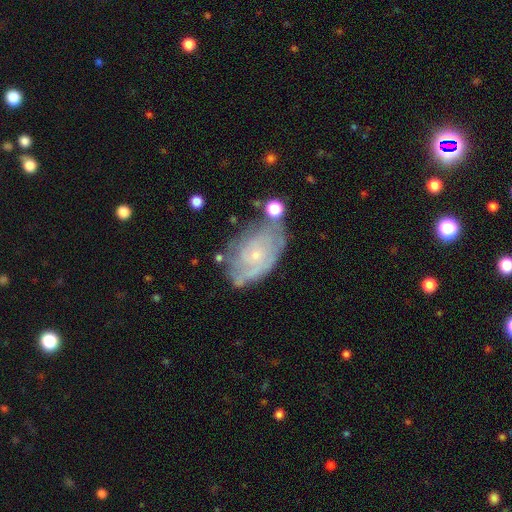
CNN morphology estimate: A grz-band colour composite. It shows a featured or disk galaxy (71%) with no bar (81%), tight (68%) spiral arms (78%) and a small central bulge (81%). Merging: none (56%).